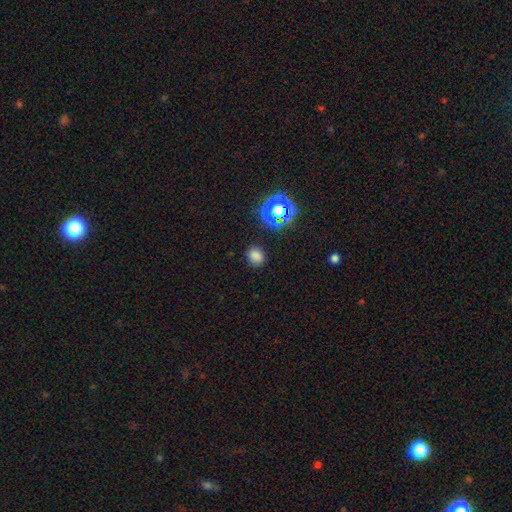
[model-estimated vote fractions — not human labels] Overall: smooth (74%). How rounded: round (58%; in between 41%). Merging: none (85%).